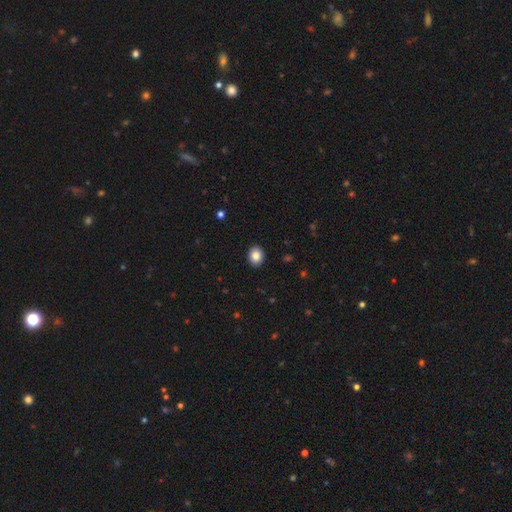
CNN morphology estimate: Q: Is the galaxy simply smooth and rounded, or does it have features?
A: smooth — 85%.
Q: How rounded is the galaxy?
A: in between — 50%.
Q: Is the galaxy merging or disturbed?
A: none — 91%.